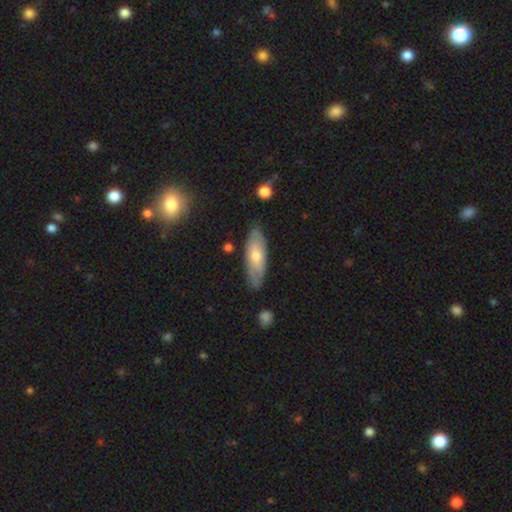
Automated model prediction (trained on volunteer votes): Smooth or featured: smooth — 55% (featured or disk — 39%)
How rounded: in between — 60% (cigar-shaped — 37%)
Merging: none — 82% (minor disturbance — 14%)